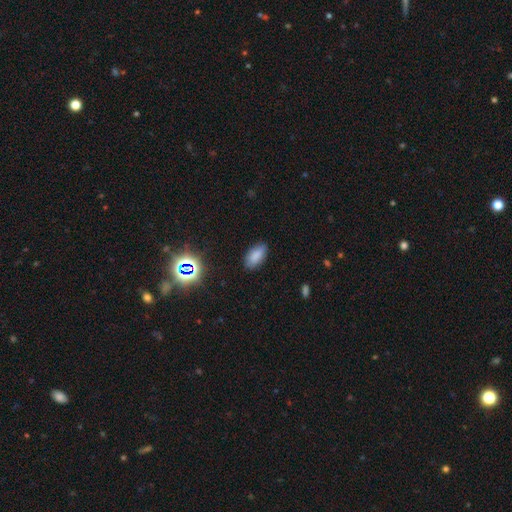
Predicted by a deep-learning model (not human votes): A smooth galaxy with no disk features (82%) that is in between round and cigar-shaped (90%). Merging: none (84%).